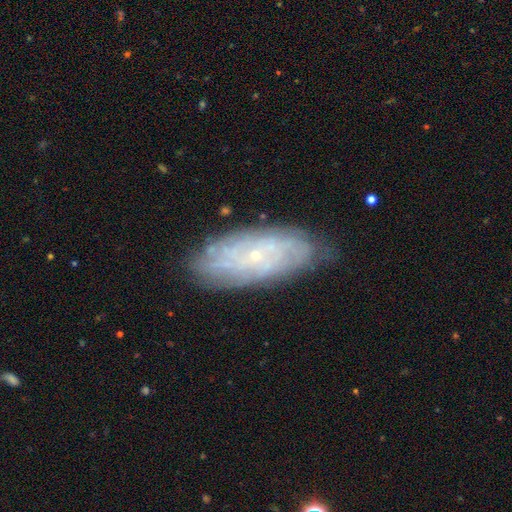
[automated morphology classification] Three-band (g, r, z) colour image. It shows a featured or disk galaxy (72%) with no bar (77%), tight (74%) spiral arms (86%) and a small central bulge (85%). Merging: none (81%).